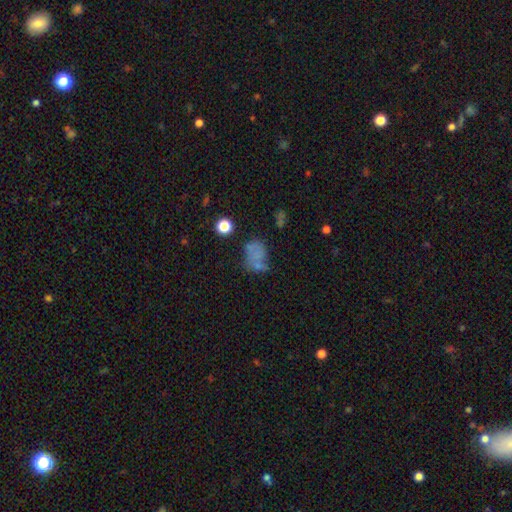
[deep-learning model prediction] Smooth or featured?
  - smooth: 53% *
  - featured or disk: 26%
  - star or artifact: 21%
How rounded?
  - in between: 61% *
  - round: 37%
  - cigar-shaped: 2%
Merging?
  - none: 36% *
  - major disturbance: 22%
  - merger: 21%
  - minor disturbance: 21%